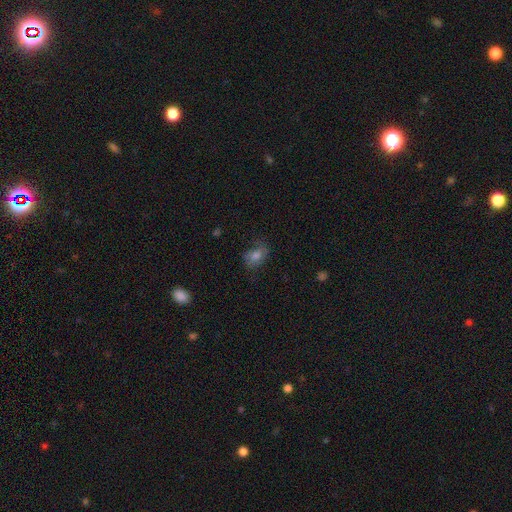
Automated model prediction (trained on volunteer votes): Smooth or featured?
  - smooth: 68% *
  - featured or disk: 19%
  - star or artifact: 13%
How rounded?
  - in between: 69% *
  - round: 29%
  - cigar-shaped: 2%
Merging?
  - none: 64% *
  - minor disturbance: 24%
  - major disturbance: 10%
  - merger: 2%